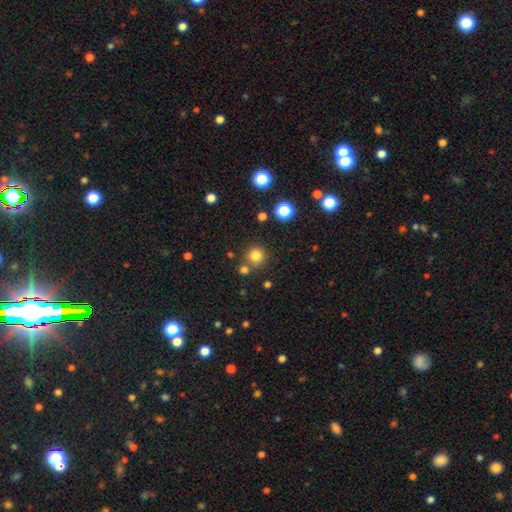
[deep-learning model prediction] Morphology: type=smooth (79%); roundness=round (92%); merging=none (74%).